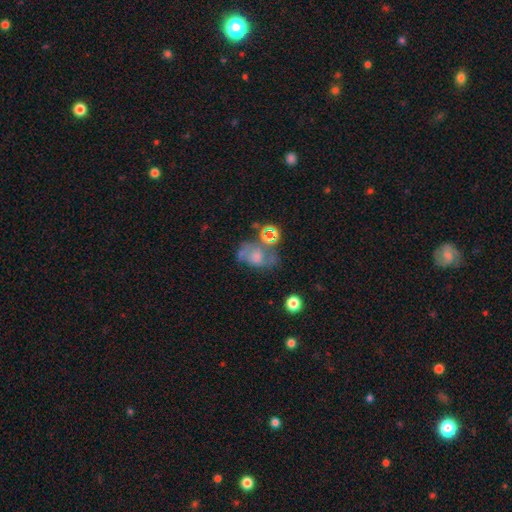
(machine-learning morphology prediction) A featured or disk galaxy (46%). Merging: none (36%).